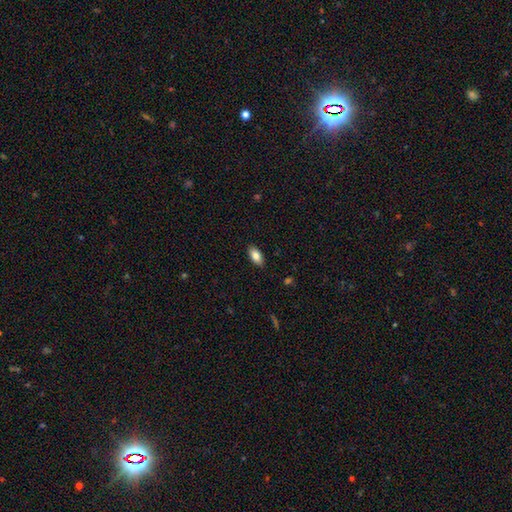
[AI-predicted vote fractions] Overall: smooth (81%). How rounded: in between (91%). Merging: none (89%).